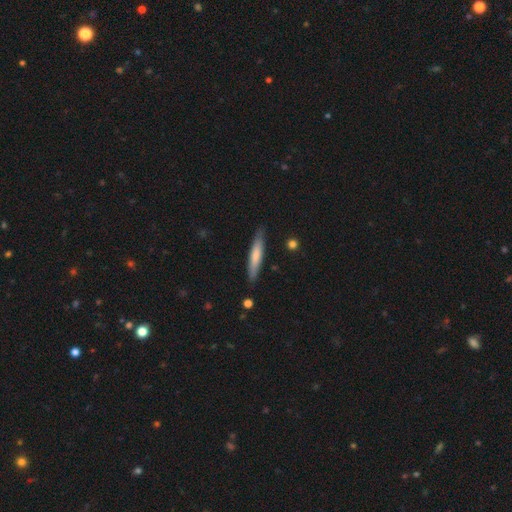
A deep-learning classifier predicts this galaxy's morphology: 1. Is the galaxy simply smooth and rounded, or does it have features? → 68% smooth, 26% featured or disk, 5% star or artifact.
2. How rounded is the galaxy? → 90% cigar-shaped, 8% in between, 1% round.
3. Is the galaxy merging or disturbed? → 86% none, 11% minor disturbance, 2% major disturbance, 1% merger.